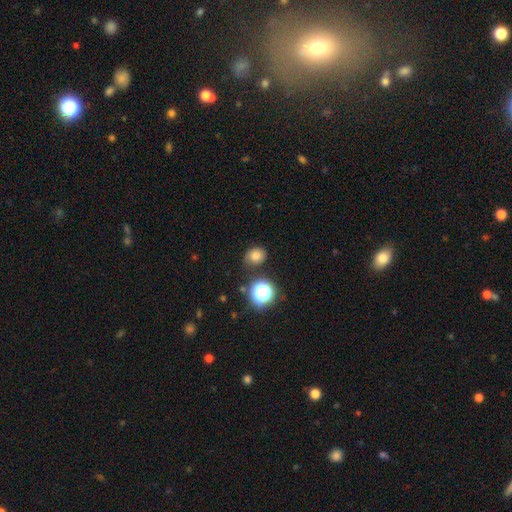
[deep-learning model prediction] Smooth or featured? smooth (73%)
How rounded? round (58%)
Merging? none (78%)